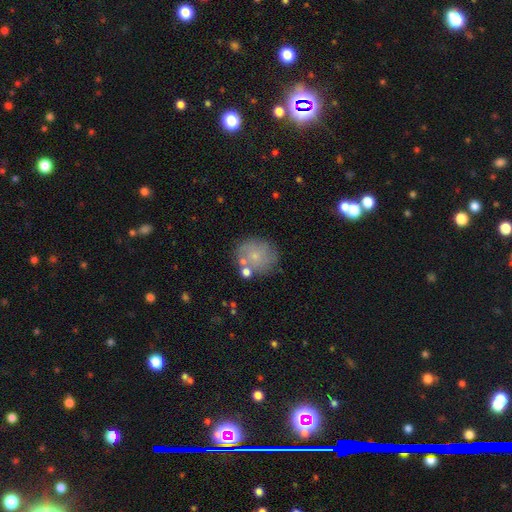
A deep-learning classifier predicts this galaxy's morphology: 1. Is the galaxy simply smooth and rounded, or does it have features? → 56% smooth, 33% featured or disk, 11% star or artifact.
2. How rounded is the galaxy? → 77% round, 22% in between, 1% cigar-shaped.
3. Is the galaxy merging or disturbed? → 67% none, 17% minor disturbance, 9% merger, 6% major disturbance.